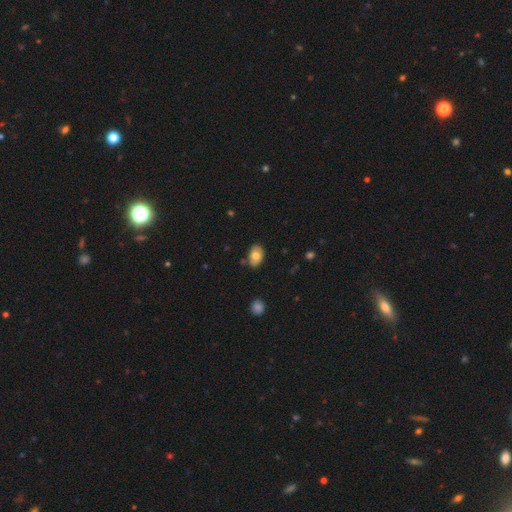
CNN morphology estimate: smooth 75%, featured or disk 17%, star or artifact 8%. Down the decision tree: how rounded — in between (86%); merging — none (77%).